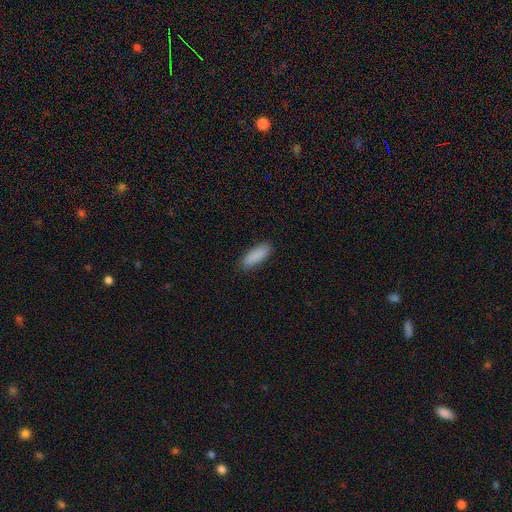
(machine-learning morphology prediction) Overall: smooth (89%). How rounded: in between (68%; cigar-shaped 30%). Merging: none (87%).